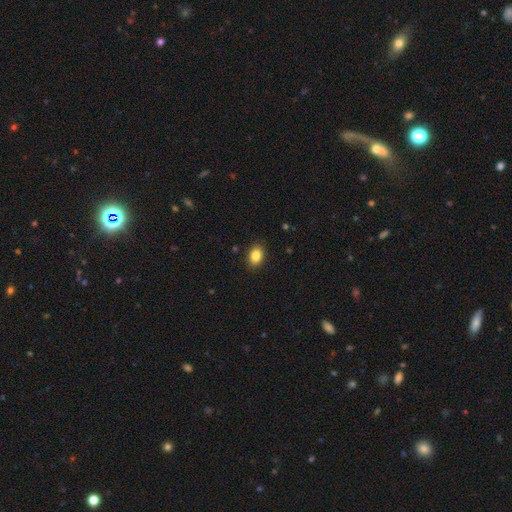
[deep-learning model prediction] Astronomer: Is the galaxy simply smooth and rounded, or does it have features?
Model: smooth — 86%.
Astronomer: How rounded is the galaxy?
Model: in between — 80%.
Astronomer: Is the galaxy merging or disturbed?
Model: none — 88%.